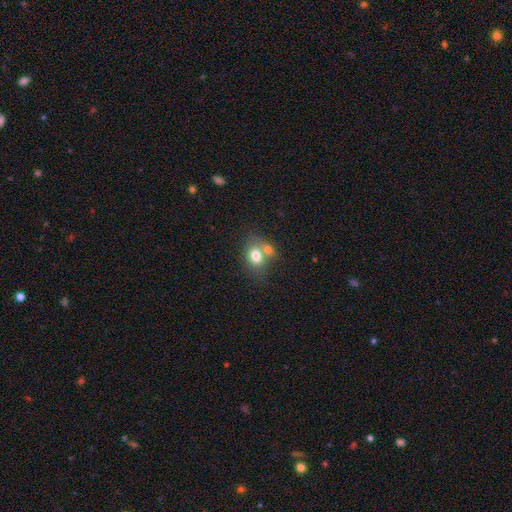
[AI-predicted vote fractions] smooth 75%, featured or disk 15%, star or artifact 9%. Down the decision tree: how rounded — in between (66%); merging — merger (48%).